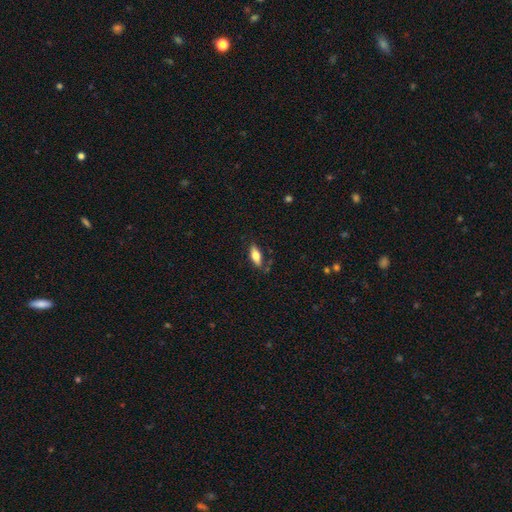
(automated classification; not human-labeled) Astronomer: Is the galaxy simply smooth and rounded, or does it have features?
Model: smooth — 73%.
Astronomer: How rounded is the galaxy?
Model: in between — 78%.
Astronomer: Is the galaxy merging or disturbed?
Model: none — 77%.